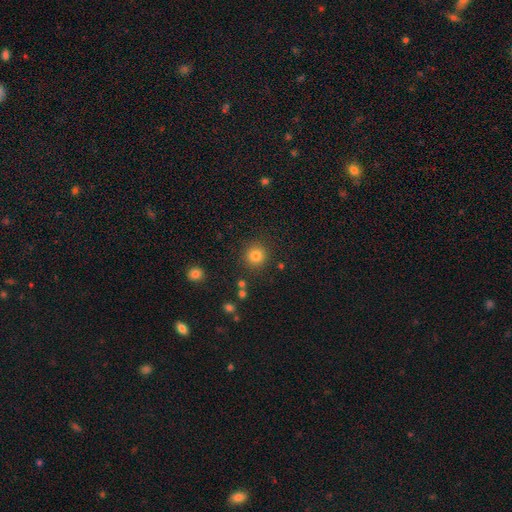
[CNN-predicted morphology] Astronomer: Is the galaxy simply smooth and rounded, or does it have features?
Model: smooth — 82%.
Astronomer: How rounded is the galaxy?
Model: round — 92%.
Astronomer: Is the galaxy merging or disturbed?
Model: none — 88%.